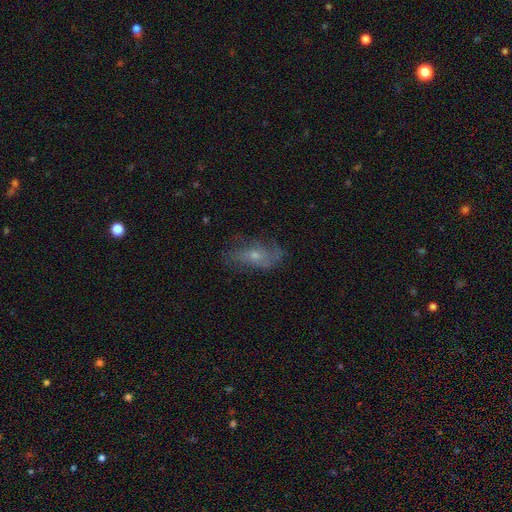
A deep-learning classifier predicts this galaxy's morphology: The model was most divided on "bulge size": small: 57%, moderate: 36%, none: 4%, large: 2%, dominant: 1%. More confident: edge-on disk — no (90%); bar — no (75%); spiral arms — yes (71%); merging — none (60%); smooth or featured — featured or disk (57%).